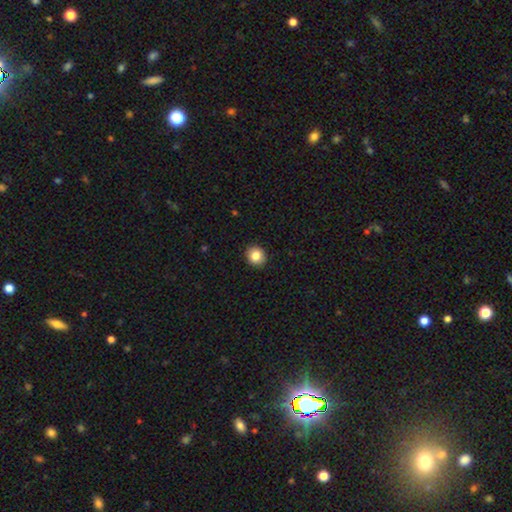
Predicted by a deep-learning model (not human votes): Smooth or featured?
  - smooth: 84% *
  - star or artifact: 10%
  - featured or disk: 6%
How rounded?
  - round: 80% *
  - in between: 19%
  - cigar-shaped: 1%
Merging?
  - none: 92% *
  - minor disturbance: 6%
  - major disturbance: 2%
  - merger: 1%